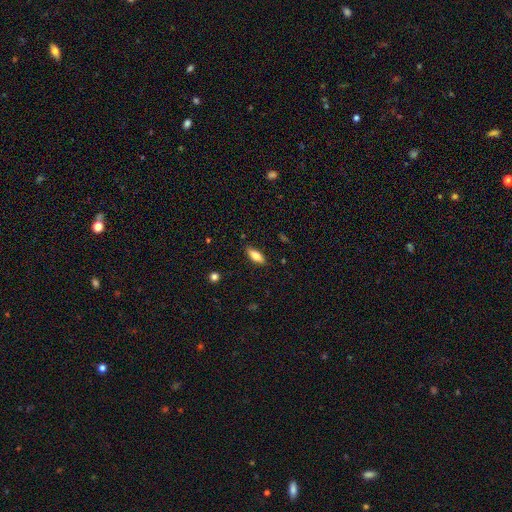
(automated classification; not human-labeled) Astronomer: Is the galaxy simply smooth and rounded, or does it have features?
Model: smooth — 71%.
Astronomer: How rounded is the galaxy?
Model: in between — 71%.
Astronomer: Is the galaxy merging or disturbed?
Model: none — 86%.